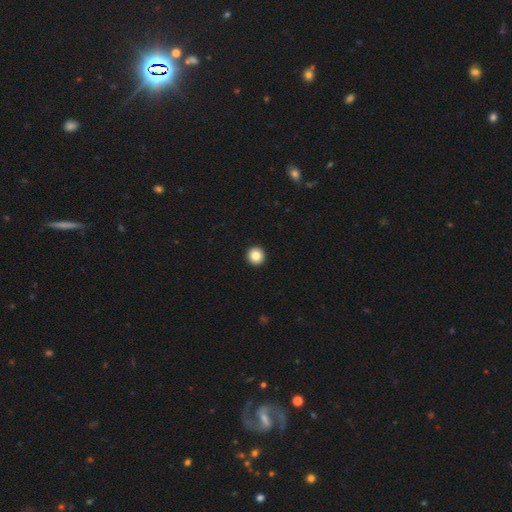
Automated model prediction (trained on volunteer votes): Smooth or featured? Predicted: smooth (p=0.85). How rounded? Predicted: round (p=0.96). Merging? Predicted: none (p=0.95).